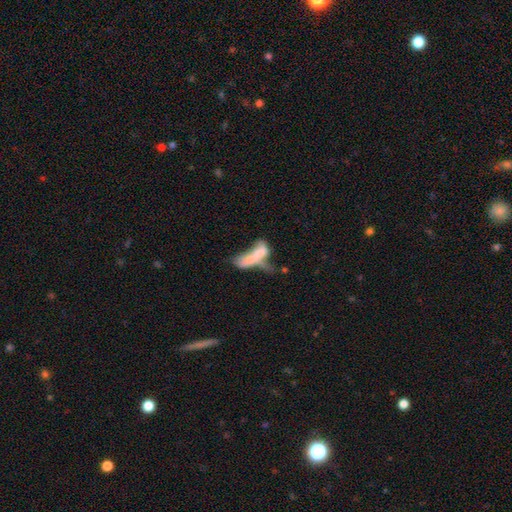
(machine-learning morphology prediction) smooth 51%, featured or disk 38%, star or artifact 11%. Down the decision tree: how rounded — in between (60%); merging — merger (54%).